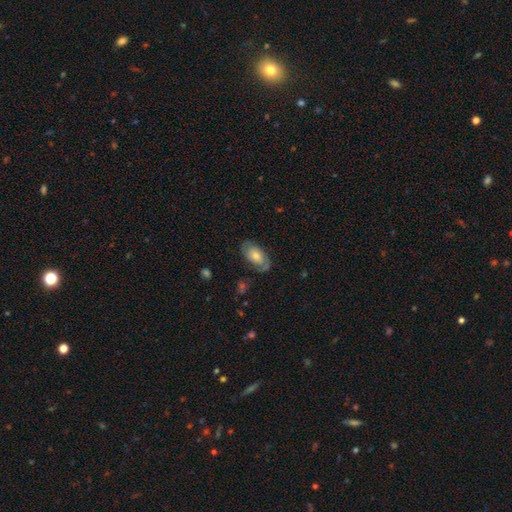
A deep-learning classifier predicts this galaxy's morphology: Smooth or featured? featured or disk (56%)
Edge-on disk? no (92%)
Bar? no (73%)
Spiral arms? yes (76%)
Bulge size? moderate (56%)
Merging? none (75%)